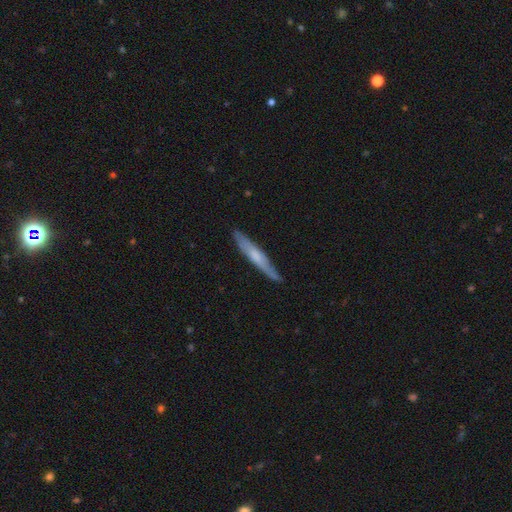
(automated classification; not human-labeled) featured or disk 48%, smooth 46%, star or artifact 6%. Down the decision tree: merging — none (83%).